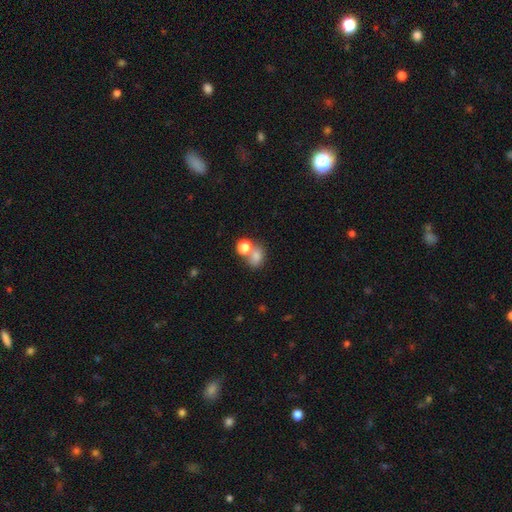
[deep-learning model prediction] The model was most divided on "merging": merger: 44%, none: 39%, minor disturbance: 11%, major disturbance: 6%. More confident: smooth or featured — smooth (76%); how rounded — in between (54%).